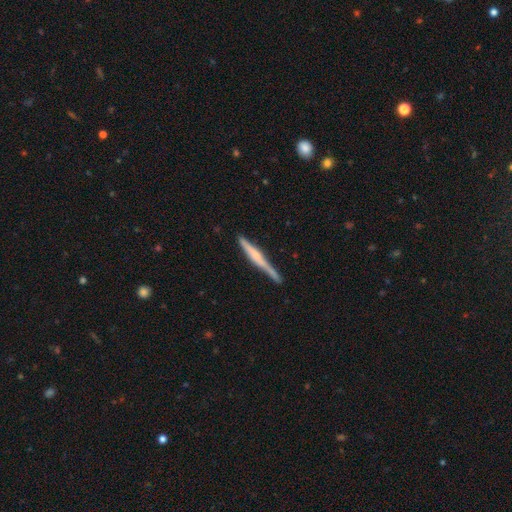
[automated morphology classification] smooth-or-featured: featured or disk: 64% | smooth: 31% | star or artifact: 6%
  disk-edge-on: yes: 97% | no: 3%
    edge-on-bulge: rounded: 49% | none: 28% | boxy: 23%
  merging: none: 80% | minor disturbance: 16% | major disturbance: 3% | merger: 2%